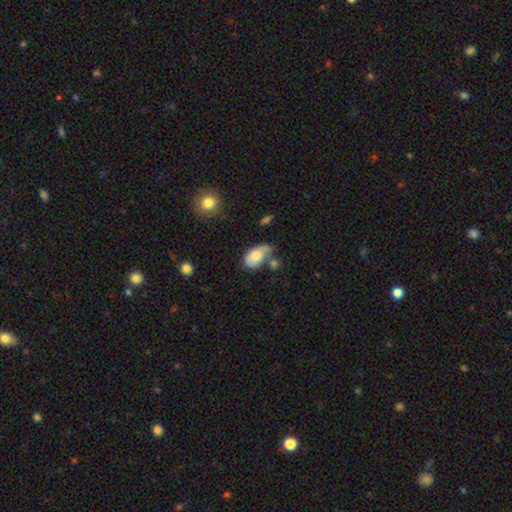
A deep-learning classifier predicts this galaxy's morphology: This appears to be a smooth galaxy with no disk features (66%) that is in between round and cigar-shaped (90%). Merging: none (33%, tied with minor disturbance).